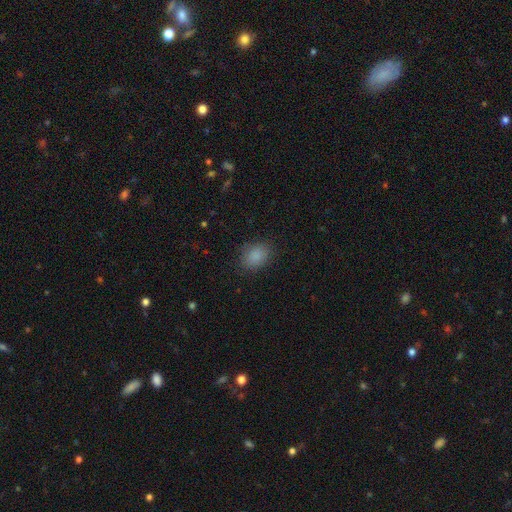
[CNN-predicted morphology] Overall: smooth (87%). How rounded: in between (70%). Merging: none (85%).